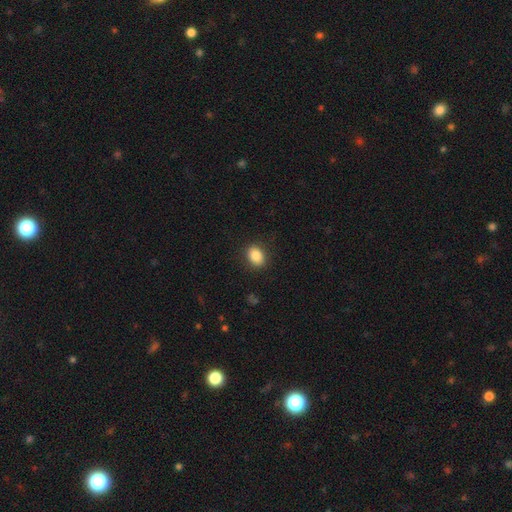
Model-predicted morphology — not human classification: This appears to be a smooth galaxy with no disk features (86%) that is in between round and cigar-shaped (68%). Merging: none (88%).